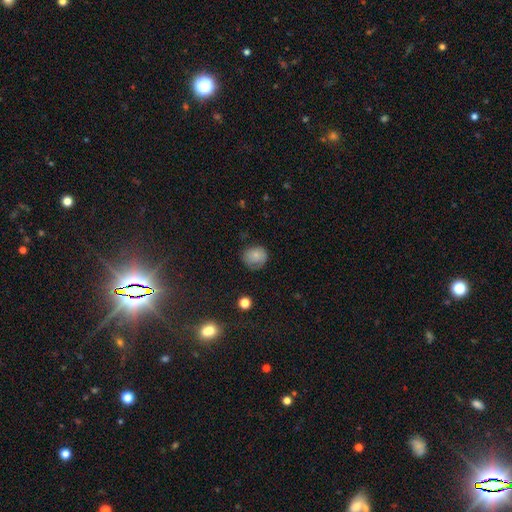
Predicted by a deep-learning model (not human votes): Smooth or featured?
  - smooth: 73% *
  - featured or disk: 17%
  - star or artifact: 10%
How rounded?
  - round: 78% *
  - in between: 21%
  - cigar-shaped: 1%
Merging?
  - none: 66% *
  - minor disturbance: 25%
  - major disturbance: 8%
  - merger: 1%